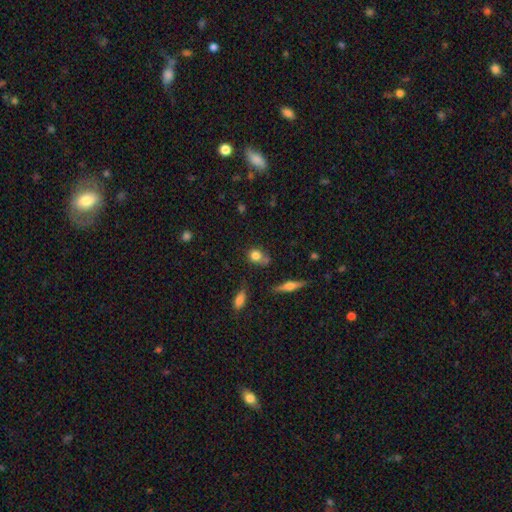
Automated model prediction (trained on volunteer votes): smooth-or-featured: smooth: 77% | featured or disk: 12% | star or artifact: 11%
  how-rounded: round: 68% | in between: 29% | cigar-shaped: 3%
  merging: none: 56% | minor disturbance: 22% | merger: 15% | major disturbance: 7%